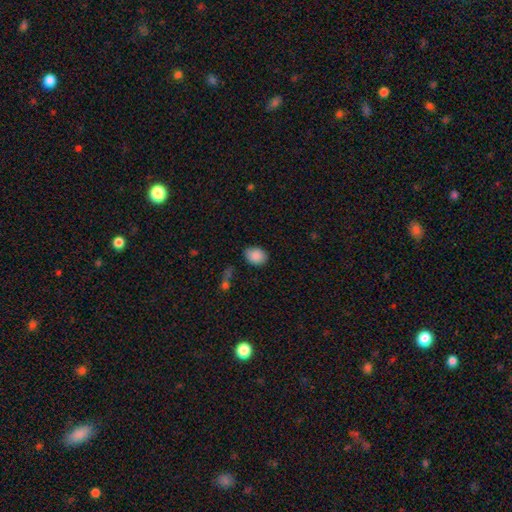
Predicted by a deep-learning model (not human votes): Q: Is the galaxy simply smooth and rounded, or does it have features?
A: smooth — 88%.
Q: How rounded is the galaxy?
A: in between — 64%.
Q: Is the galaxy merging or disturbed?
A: none — 80%.